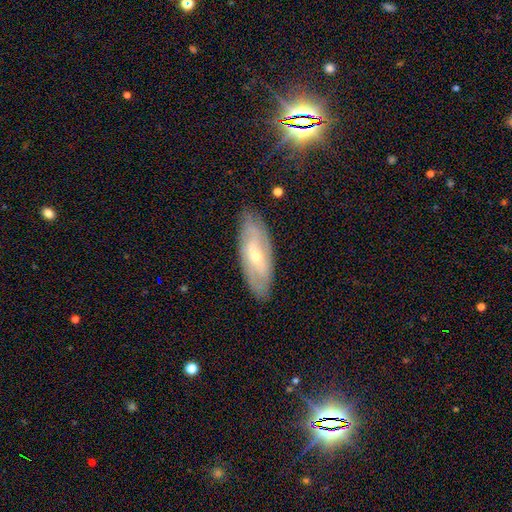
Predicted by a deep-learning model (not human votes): smooth_or_featured: featured or disk (p=0.71) [alt: smooth p=0.22]
disk_edge_on: no (p=0.81) [alt: yes p=0.19]
bar: weak (p=0.42) [alt: no p=0.31]
has_spiral_arms: yes (p=0.78) [alt: no p=0.22]
bulge_size: small (p=0.59) [alt: moderate p=0.38]
merging: none (p=0.81) [alt: minor disturbance p=0.14]